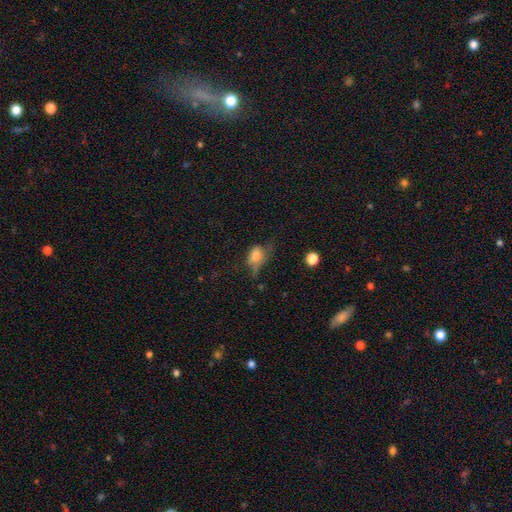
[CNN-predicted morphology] Smooth or featured? Predicted: smooth (p=0.65). How rounded? Predicted: in between (p=0.75). Merging? Predicted: major disturbance (p=0.36).